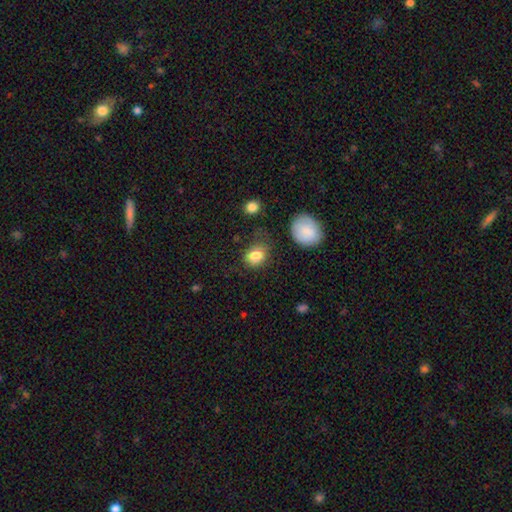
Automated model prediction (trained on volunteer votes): A smooth galaxy with no disk features (85%) that is in between round and cigar-shaped (51%).

Vote fractions:
- Smooth or featured? smooth: 85% / star or artifact: 9% / featured or disk: 6%
- How rounded? in between: 51% / round: 48% / cigar-shaped: 1%
- Merging? none: 60% / minor disturbance: 25% / major disturbance: 10% / merger: 5%